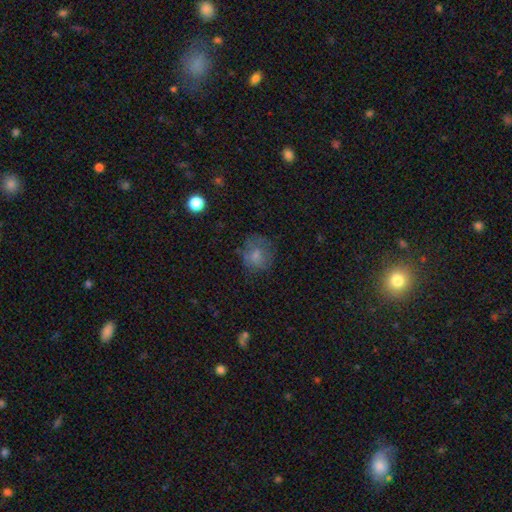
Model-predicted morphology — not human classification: smooth-or-featured: smooth: 68% | featured or disk: 20% | star or artifact: 12%
  how-rounded: round: 73% | in between: 26% | cigar-shaped: 1%
  merging: none: 57% | minor disturbance: 23% | major disturbance: 18% | merger: 2%